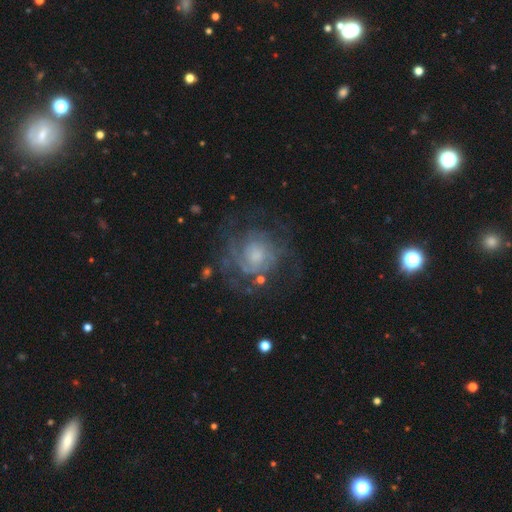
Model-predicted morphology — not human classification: This appears to be a featured or disk galaxy (75%) with no bar (73%), tight (54%) spiral arms (86%) and a moderate central bulge (38%). Merging: none (65%).